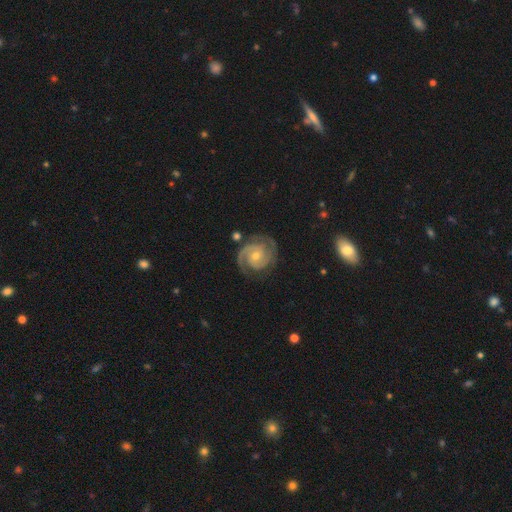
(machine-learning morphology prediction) Smooth or featured? featured or disk (91%)
Edge-on disk? no (98%)
Bar? no (66%)
Spiral arms? yes (98%)
Spiral winding? tight (66%)
Spiral arm count? 2 (83%)
Bulge size? small (58%)
Merging? none (81%)